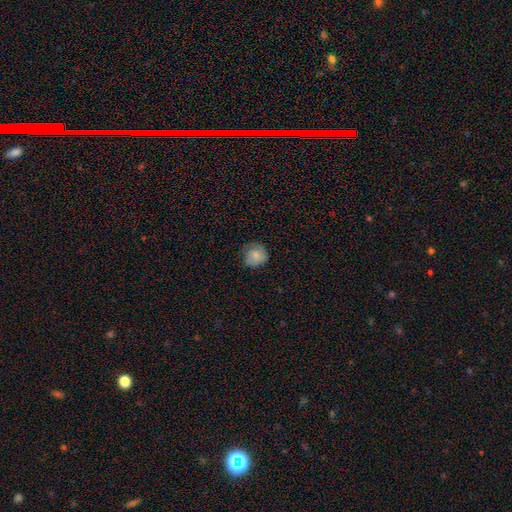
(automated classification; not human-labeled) Smooth or featured? smooth (79%)
How rounded? round (87%)
Merging? none (66%)